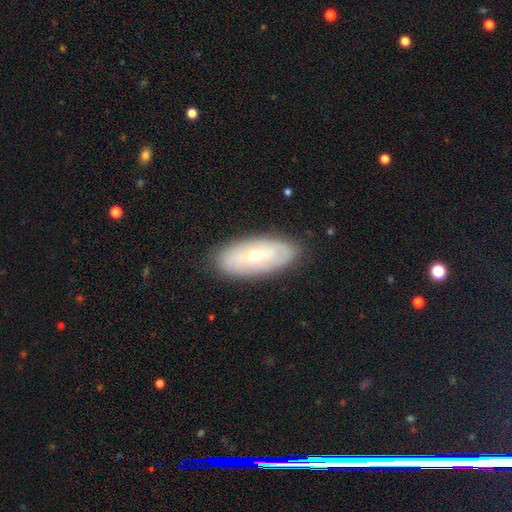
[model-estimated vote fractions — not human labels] Smooth or featured: featured or disk — 47% (smooth — 46%)
Merging: none — 85% (minor disturbance — 11%)